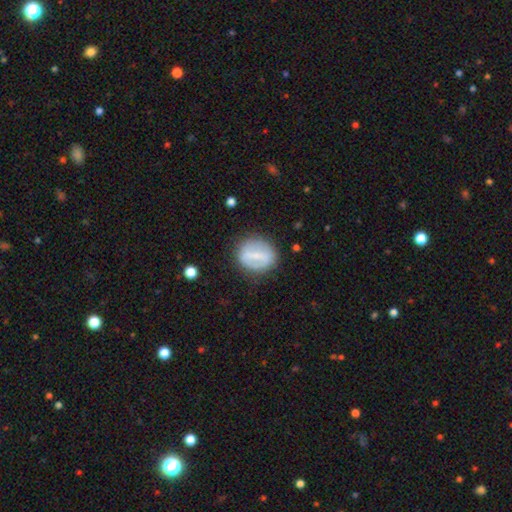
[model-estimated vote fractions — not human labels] A smooth galaxy with no disk features (48%). Merging: none (80%).